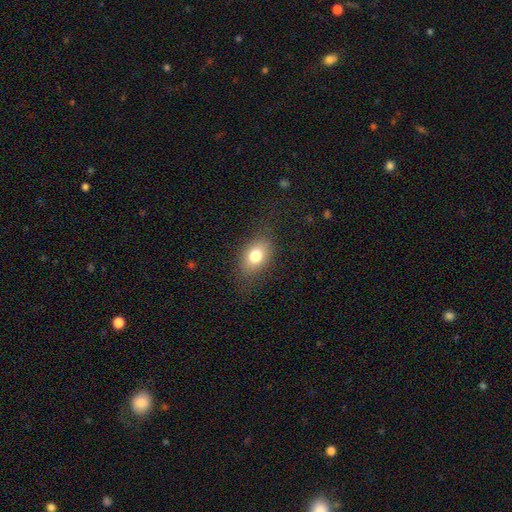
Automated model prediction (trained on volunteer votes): A smooth galaxy with no disk features (77%) that is in between round and cigar-shaped (78%). Merging: none (78%).